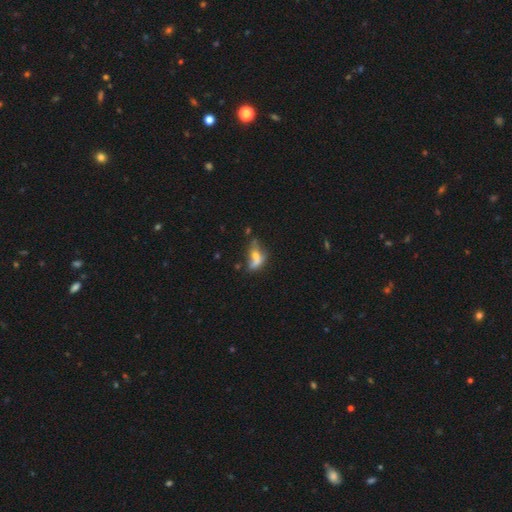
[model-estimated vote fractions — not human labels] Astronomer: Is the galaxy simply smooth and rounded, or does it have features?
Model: smooth — 49% (runner-up: featured or disk, 37%).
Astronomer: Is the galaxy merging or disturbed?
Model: none — 29% (runner-up: major disturbance, 26%).